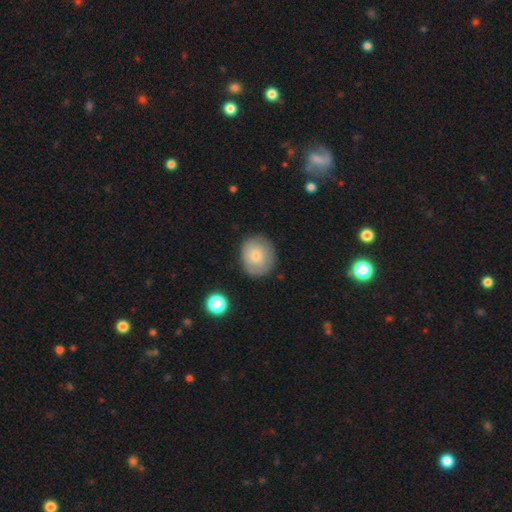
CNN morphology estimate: smooth-or-featured: smooth: 68% | featured or disk: 24% | star or artifact: 8%
  how-rounded: round: 72% | in between: 27% | cigar-shaped: 1%
  merging: none: 78% | minor disturbance: 16% | major disturbance: 4% | merger: 2%